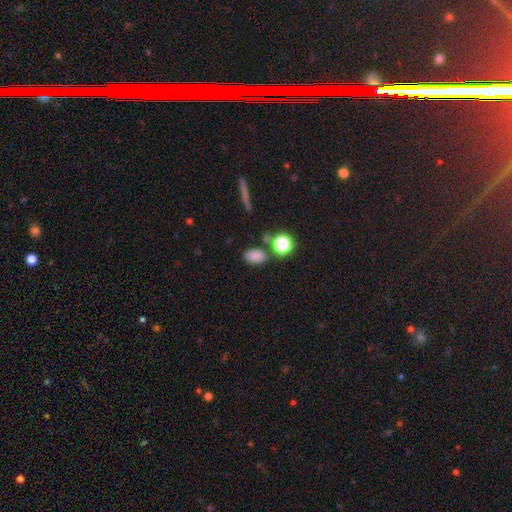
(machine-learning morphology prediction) Overall: smooth (80%). How rounded: in between (81%). Merging: none (74%).